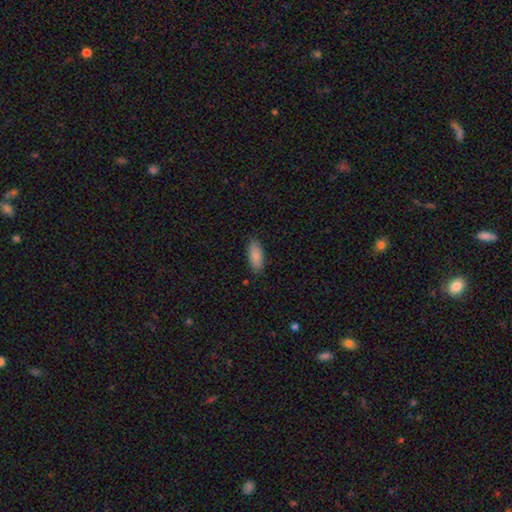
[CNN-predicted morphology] Smooth or featured? Predicted: smooth (p=0.88). How rounded? Predicted: in between (p=0.86). Merging? Predicted: none (p=0.86).